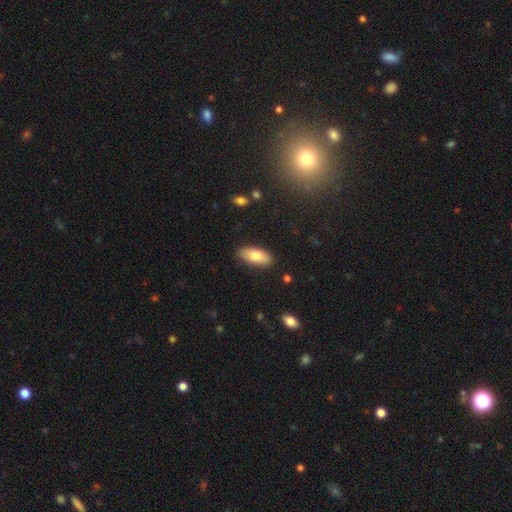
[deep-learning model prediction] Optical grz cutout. It shows a smooth galaxy with no disk features (78%) that is in between round and cigar-shaped (85%). Merging: none (87%).